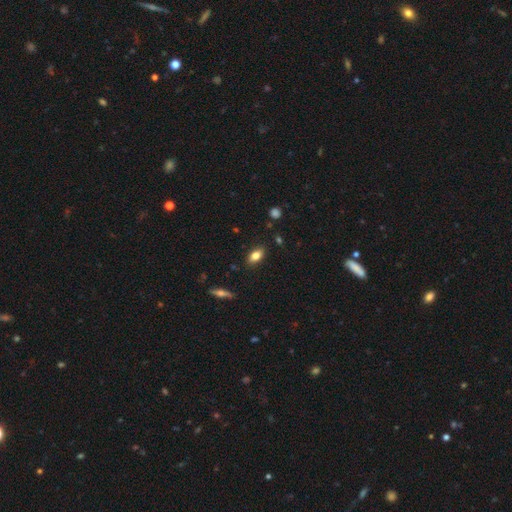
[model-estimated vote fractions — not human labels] This is likely a smooth galaxy (78%). How rounded: clearly in between (88%). Merging: clearly none (85%).